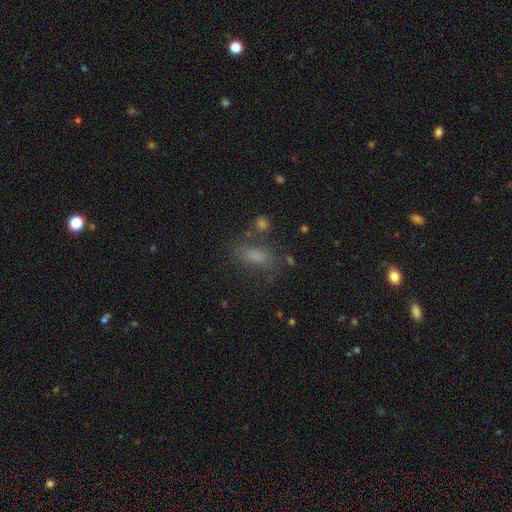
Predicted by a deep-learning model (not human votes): The model was most divided on "merging": none: 67%, minor disturbance: 17%, major disturbance: 9%, merger: 7%. More confident: how rounded — in between (74%); smooth or featured — smooth (69%).